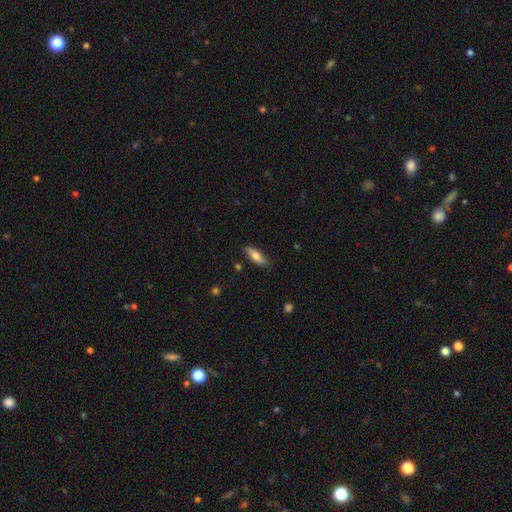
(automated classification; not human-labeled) This appears to be a smooth galaxy with no disk features (73%) that is in between round and cigar-shaped (53%). Merging: none (82%).